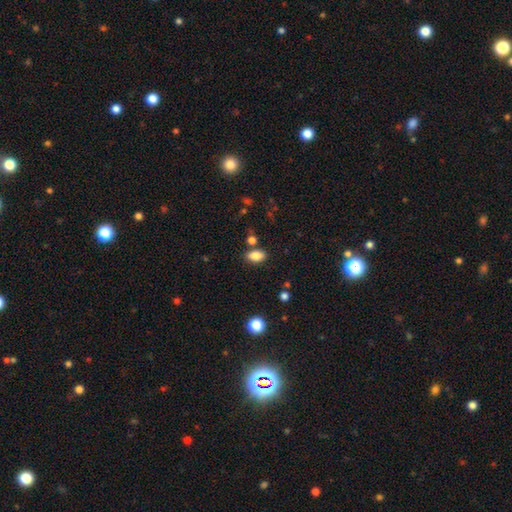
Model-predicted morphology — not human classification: type=smooth (85%); roundness=in between (89%); merging=none (79%).